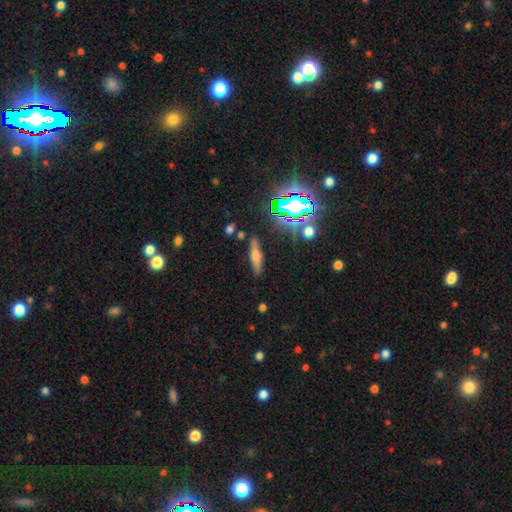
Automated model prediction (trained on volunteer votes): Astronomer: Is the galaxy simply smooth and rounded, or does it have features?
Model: smooth — 41% (runner-up: featured or disk, 40%).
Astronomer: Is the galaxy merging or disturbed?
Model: none — 84%.